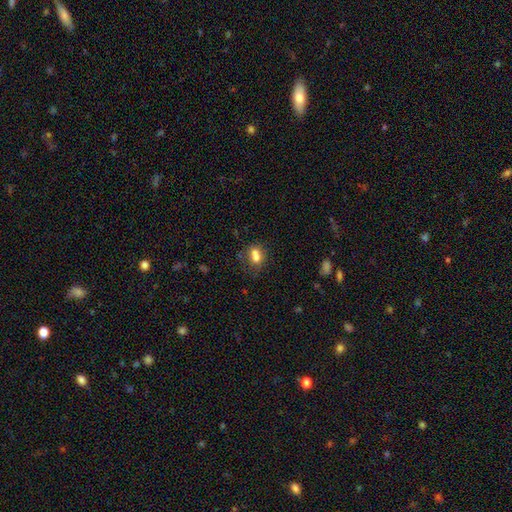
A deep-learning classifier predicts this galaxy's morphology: Smooth or featured? Predicted: smooth (p=0.74). How rounded? Predicted: in between (p=0.65). Merging? Predicted: none (p=0.45).